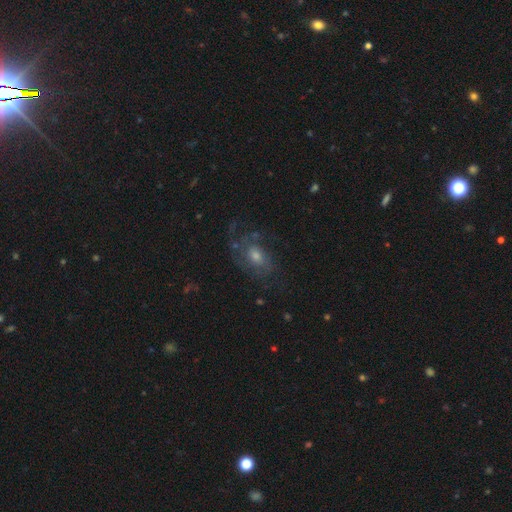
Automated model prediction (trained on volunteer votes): smooth_or_featured: featured or disk (p=0.66) [alt: smooth p=0.22]
disk_edge_on: no (p=0.95) [alt: yes p=0.05]
bar: no (p=0.73) [alt: weak p=0.24]
has_spiral_arms: yes (p=0.82) [alt: no p=0.18]
spiral_winding: medium (p=0.41) [alt: tight p=0.38]
spiral_arm_count: can't tell (p=0.44) [alt: 2 p=0.26]
bulge_size: moderate (p=0.57) [alt: small p=0.29]
merging: none (p=0.60) [alt: minor disturbance p=0.20]